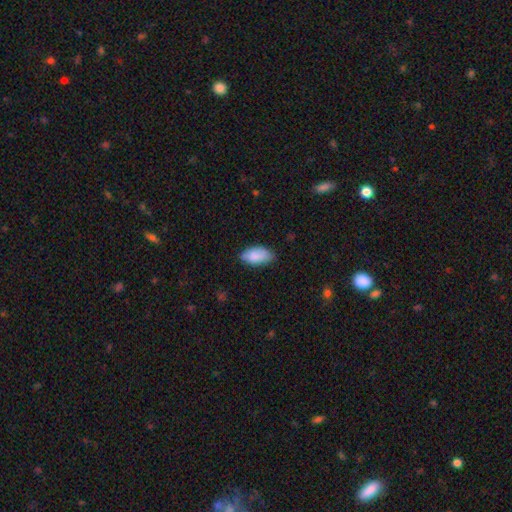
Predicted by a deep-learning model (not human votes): Smooth or featured?
  - smooth: 86% *
  - featured or disk: 8%
  - star or artifact: 6%
How rounded?
  - in between: 93% *
  - cigar-shaped: 4%
  - round: 3%
Merging?
  - none: 69% *
  - minor disturbance: 25%
  - major disturbance: 4%
  - merger: 1%